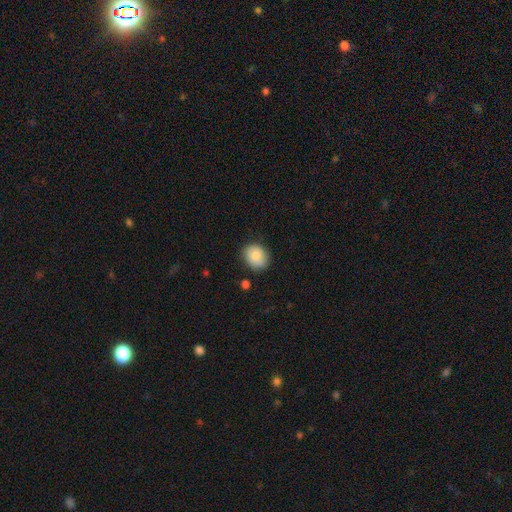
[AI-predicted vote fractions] Smooth or featured? Predicted: smooth (p=0.80). How rounded? Predicted: round (p=0.63). Merging? Predicted: none (p=0.80).